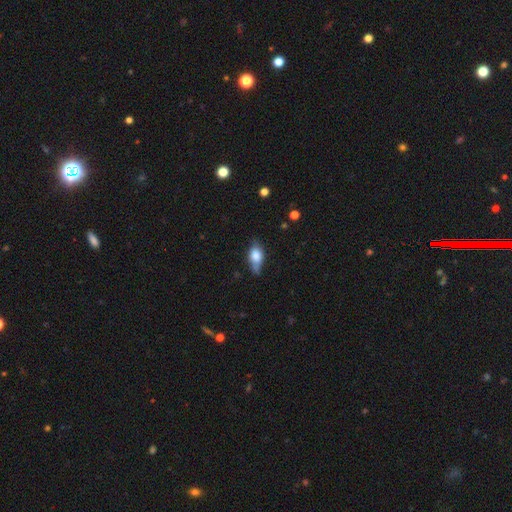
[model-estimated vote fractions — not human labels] Smooth or featured? smooth (71%)
How rounded? in between (83%)
Merging? none (49%)